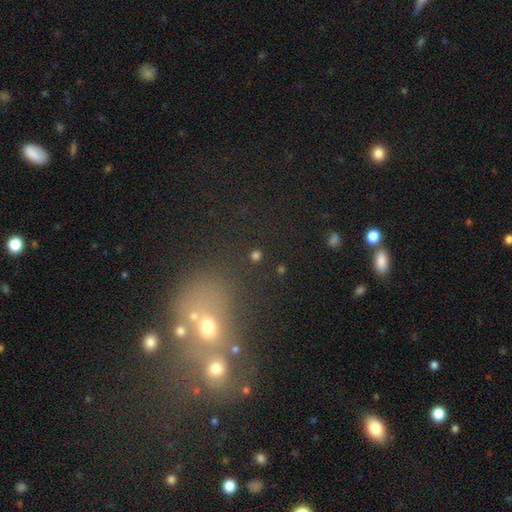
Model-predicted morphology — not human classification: Smooth or featured: smooth — 68% (star or artifact — 25%)
How rounded: round — 86% (in between — 12%)
Merging: none — 85% (minor disturbance — 7%)